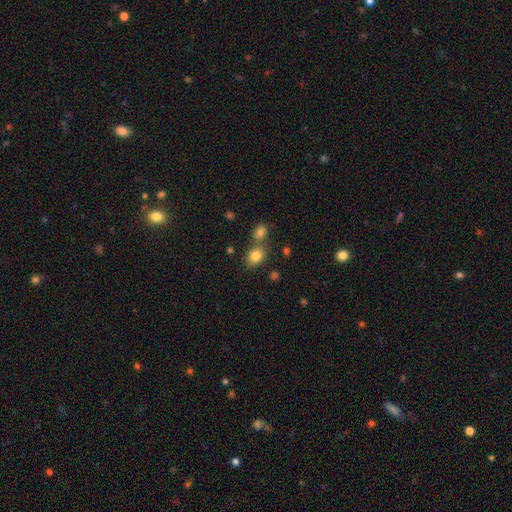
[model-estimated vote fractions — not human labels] Smooth or featured? Predicted: smooth (p=0.81). How rounded? Predicted: round (p=0.59). Merging? Predicted: none (p=0.63).